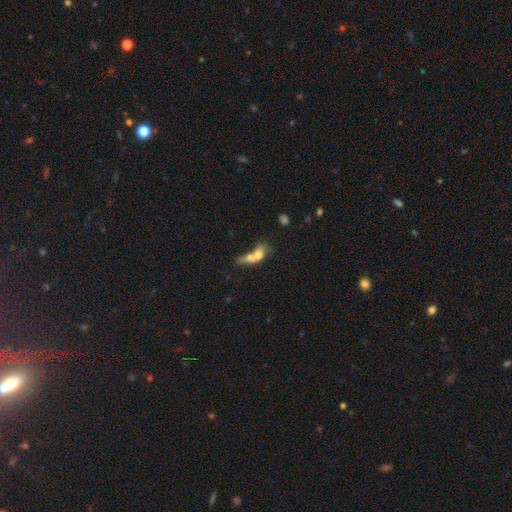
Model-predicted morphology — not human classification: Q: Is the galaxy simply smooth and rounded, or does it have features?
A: smooth — 63%.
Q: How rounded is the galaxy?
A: in between — 59%.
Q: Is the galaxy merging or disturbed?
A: merger — 72%.